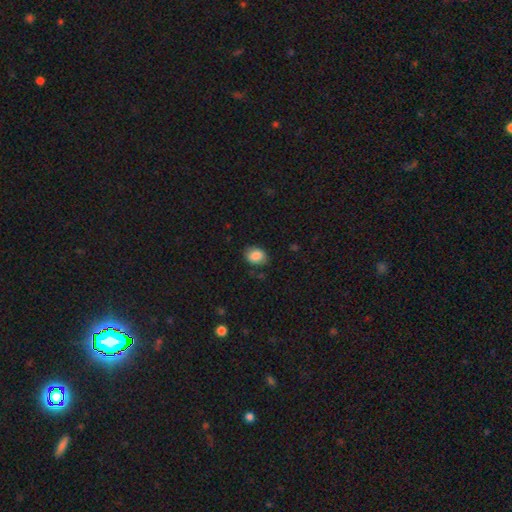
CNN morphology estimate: Overall: smooth (86%). How rounded: in between (68%; round 31%). Merging: none (79%).